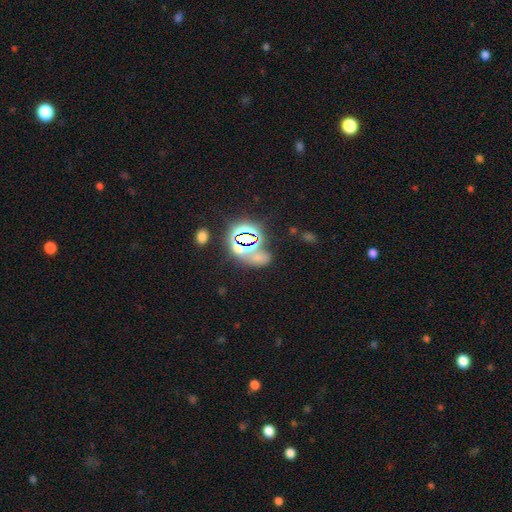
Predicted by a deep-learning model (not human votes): Smooth or featured? star or artifact (60%)